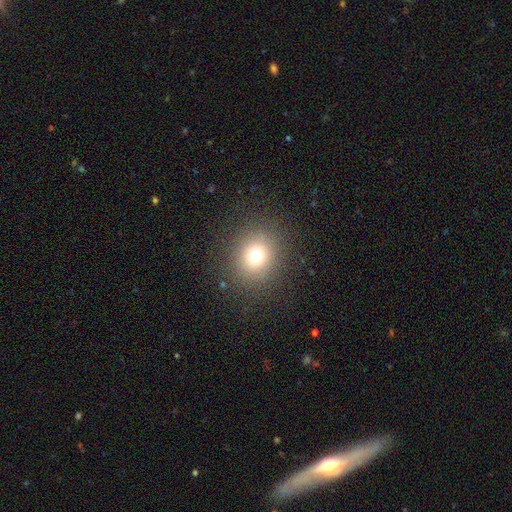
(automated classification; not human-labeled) smooth-or-featured: smooth: 73% | star or artifact: 17% | featured or disk: 10%
  how-rounded: round: 81% | in between: 18% | cigar-shaped: 1%
  merging: none: 87% | minor disturbance: 7% | major disturbance: 4% | merger: 1%